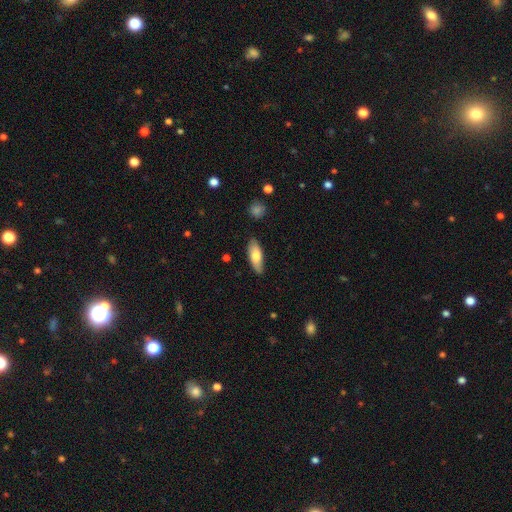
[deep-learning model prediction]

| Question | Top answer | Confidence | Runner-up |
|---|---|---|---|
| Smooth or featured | smooth | 74% | featured or disk (20%) |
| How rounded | in between | 70% | cigar-shaped (28%) |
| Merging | none | 81% | minor disturbance (15%) |